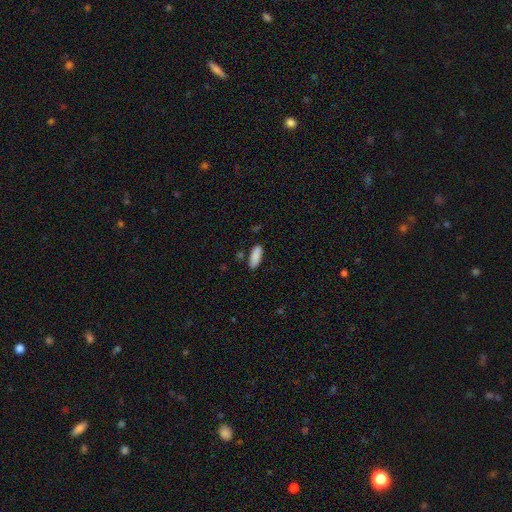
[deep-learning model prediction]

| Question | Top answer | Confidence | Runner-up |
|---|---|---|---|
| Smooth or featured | smooth | 89% | star or artifact (6%) |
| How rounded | in between | 68% | cigar-shaped (31%) |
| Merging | none | 84% | minor disturbance (11%) |